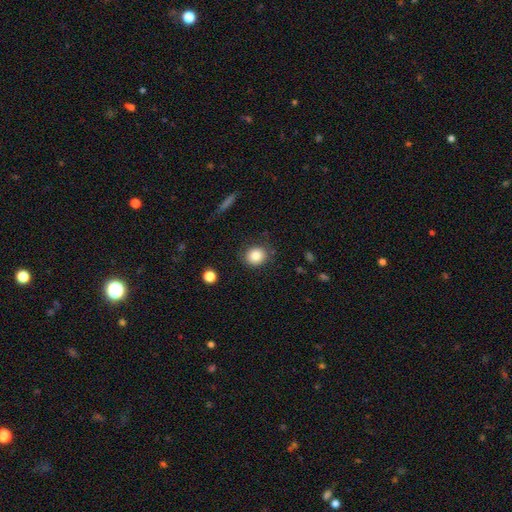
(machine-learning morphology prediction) A smooth galaxy with no disk features (83%) that is round (80%).

Vote fractions:
- Smooth or featured? smooth: 83% / star or artifact: 10% / featured or disk: 7%
- How rounded? round: 80% / in between: 19% / cigar-shaped: 1%
- Merging? none: 84% / minor disturbance: 11% / major disturbance: 3% / merger: 2%